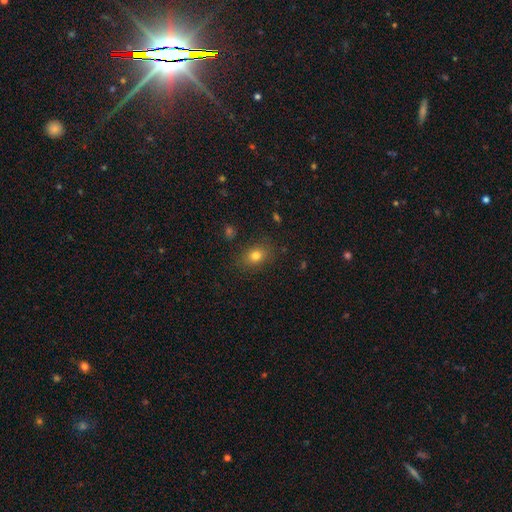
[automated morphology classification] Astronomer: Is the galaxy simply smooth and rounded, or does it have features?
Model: smooth — 79%.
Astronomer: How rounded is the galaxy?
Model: in between — 65%.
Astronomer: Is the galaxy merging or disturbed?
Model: none — 83%.